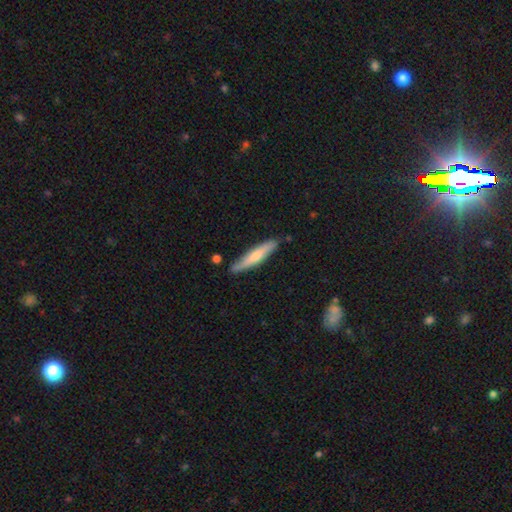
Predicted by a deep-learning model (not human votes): This appears to be a smooth galaxy with no disk features (60%) that is cigar-shaped (88%). Merging: none (79%).